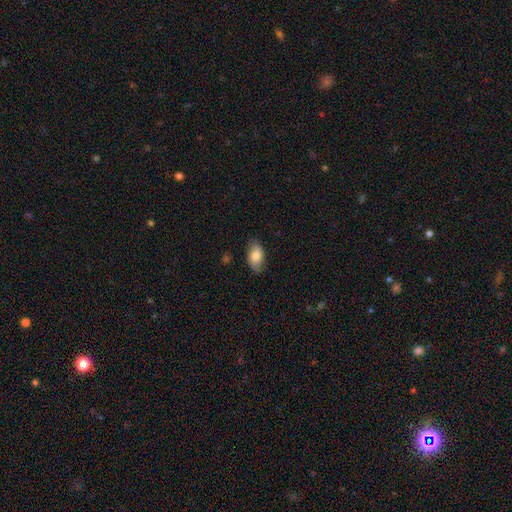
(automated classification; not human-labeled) smooth-or-featured: smooth: 79% | featured or disk: 14% | star or artifact: 7%
  how-rounded: in between: 92% | round: 5% | cigar-shaped: 2%
  merging: none: 79% | minor disturbance: 16% | major disturbance: 3% | merger: 1%